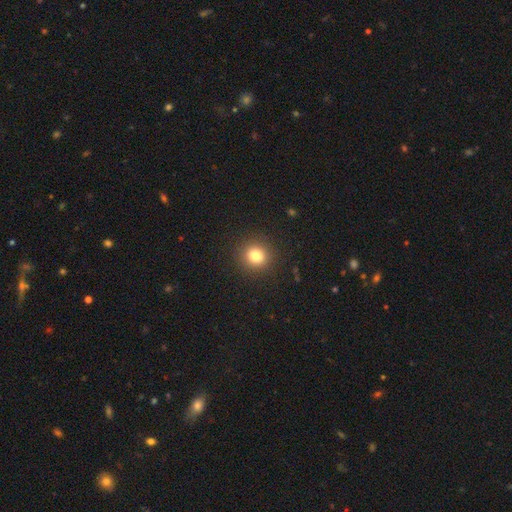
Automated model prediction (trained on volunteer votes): Overall: smooth (80%). How rounded: round (84%). Merging: none (91%).